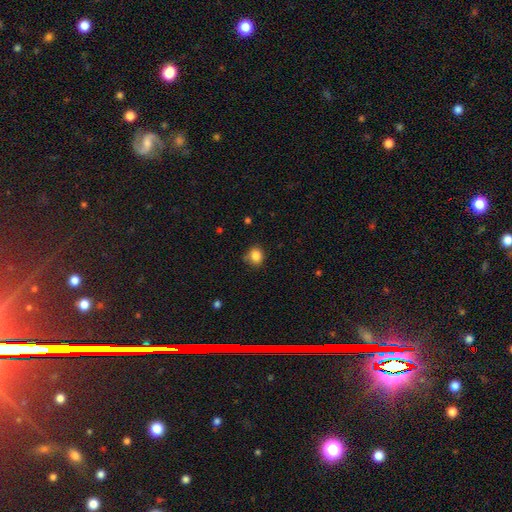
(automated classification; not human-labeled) Smooth or featured? Predicted: smooth (p=0.85). How rounded? Predicted: round (p=0.79). Merging? Predicted: none (p=0.73).